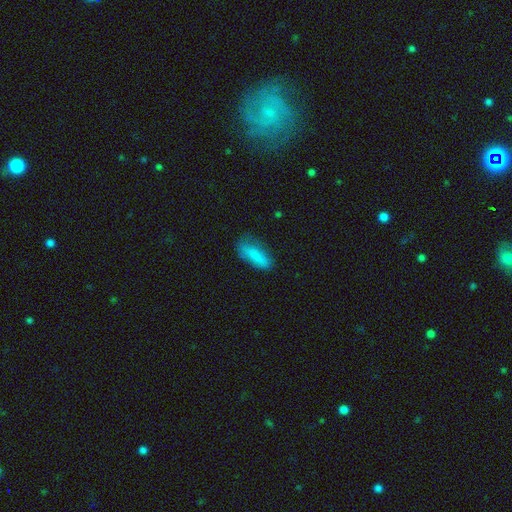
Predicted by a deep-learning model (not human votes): smooth-or-featured: smooth: 81% | featured or disk: 12% | star or artifact: 7%
  how-rounded: in between: 64% | cigar-shaped: 33% | round: 2%
  merging: none: 61% | minor disturbance: 27% | major disturbance: 10% | merger: 2%